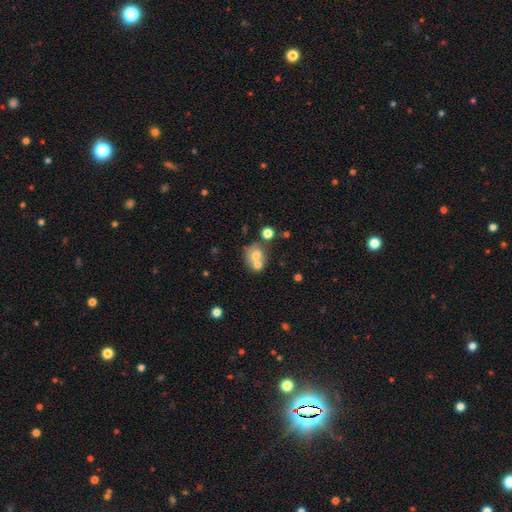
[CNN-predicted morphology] This appears to be a smooth galaxy with no disk features (65%) that is round (66%). Merging: merger (54%).